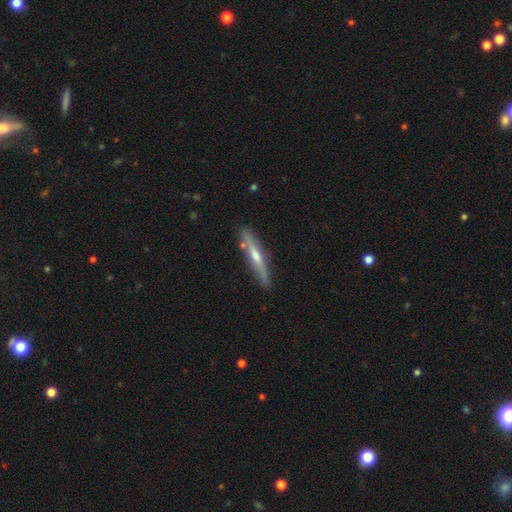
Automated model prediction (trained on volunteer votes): This appears to be a featured or disk galaxy (64%) viewed edge-on (92%) with a rounded central bulge (83%). Merging: none (86%).